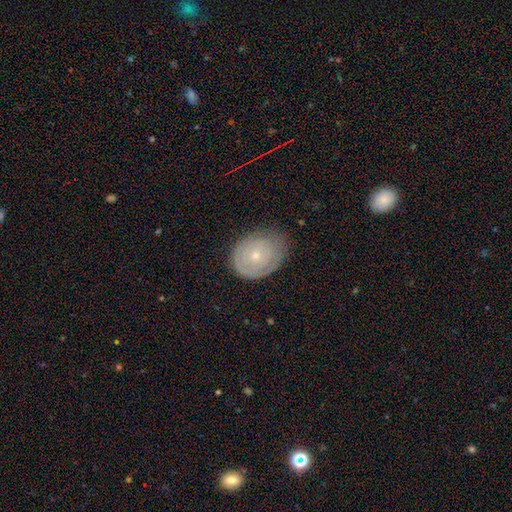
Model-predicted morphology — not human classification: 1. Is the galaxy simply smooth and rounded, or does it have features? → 48% smooth, 44% featured or disk, 7% star or artifact.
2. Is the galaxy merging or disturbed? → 67% none, 25% minor disturbance, 7% major disturbance, 1% merger.